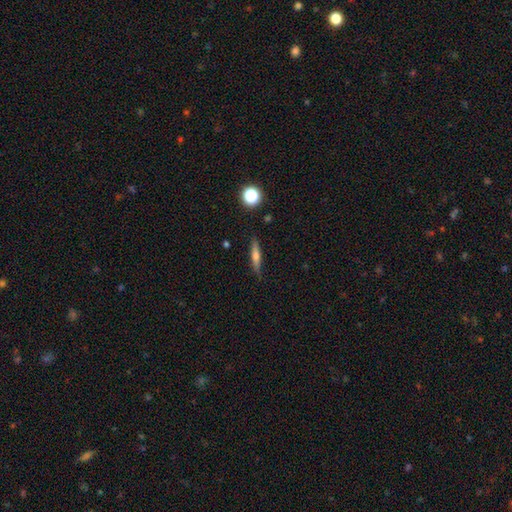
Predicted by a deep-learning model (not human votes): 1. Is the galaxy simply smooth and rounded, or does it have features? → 50% smooth, 42% featured or disk, 8% star or artifact.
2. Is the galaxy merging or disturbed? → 86% none, 10% minor disturbance, 2% major disturbance, 2% merger.